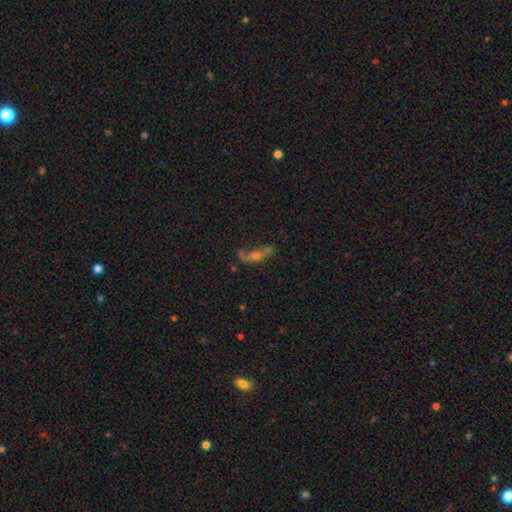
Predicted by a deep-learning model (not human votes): The model was most divided on "merging": none: 32%, major disturbance: 26%, merger: 26%, minor disturbance: 16%. Remaining: smooth or featured — featured or disk (49%).